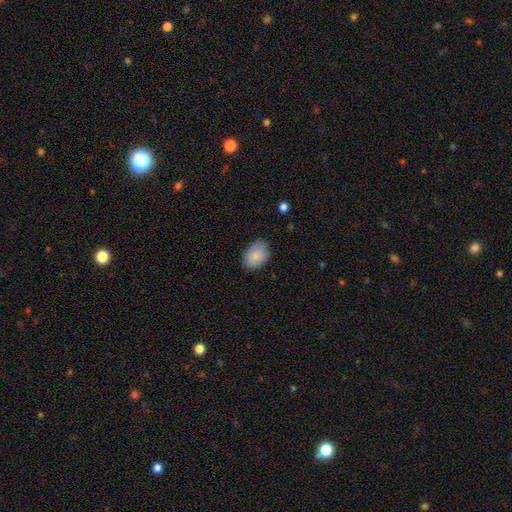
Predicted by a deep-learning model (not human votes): Morphology: type=smooth (86%); roundness=in between (82%); merging=none (78%).